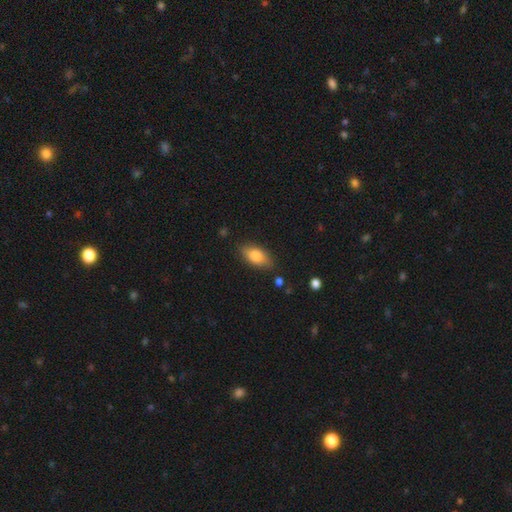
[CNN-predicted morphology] Smooth or featured: smooth — 77% (featured or disk — 16%)
How rounded: in between — 87% (cigar-shaped — 8%)
Merging: none — 83% (minor disturbance — 13%)